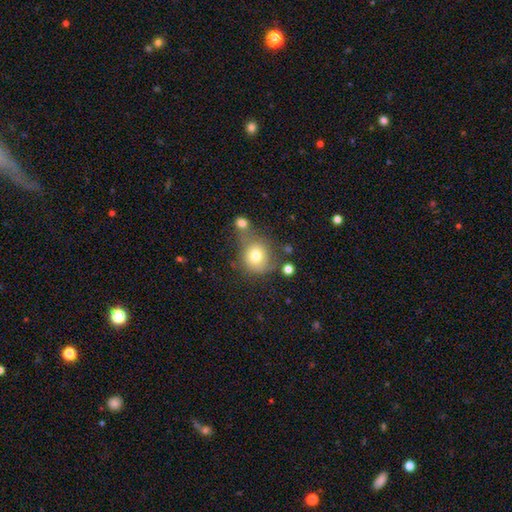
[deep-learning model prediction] This is likely a smooth galaxy (77%). How rounded: clearly round (80%). Merging: possibly none (47%).